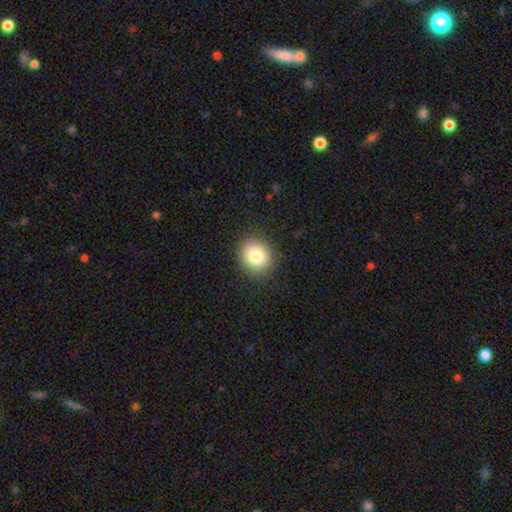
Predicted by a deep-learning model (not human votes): smooth-or-featured: smooth: 83% | star or artifact: 10% | featured or disk: 7%
  how-rounded: round: 76% | in between: 23% | cigar-shaped: 1%
  merging: none: 88% | minor disturbance: 8% | major disturbance: 3% | merger: 1%